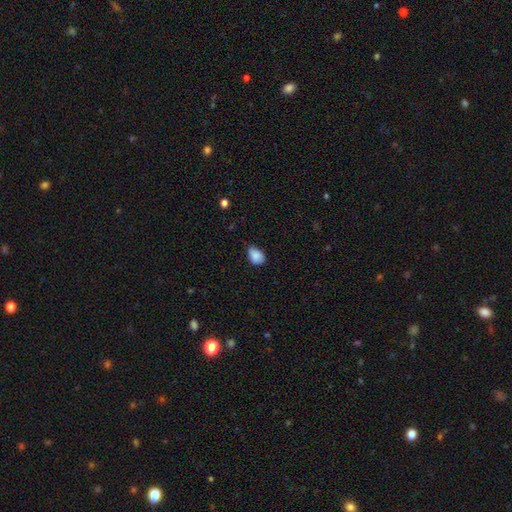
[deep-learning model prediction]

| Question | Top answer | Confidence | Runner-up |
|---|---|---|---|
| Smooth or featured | smooth | 87% | star or artifact (8%) |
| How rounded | in between | 77% | round (21%) |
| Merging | none | 62% | minor disturbance (32%) |